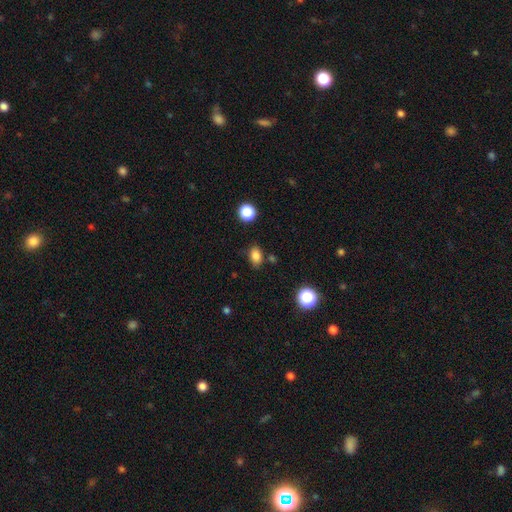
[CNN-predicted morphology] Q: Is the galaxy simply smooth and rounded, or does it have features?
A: smooth — 83%.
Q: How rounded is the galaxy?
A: in between — 77%.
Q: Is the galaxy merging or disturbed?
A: none — 79%.